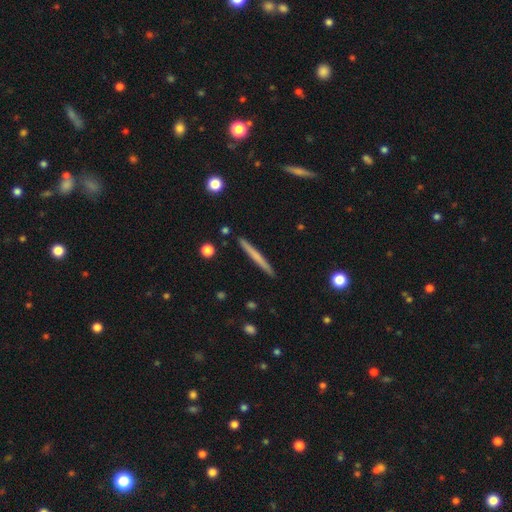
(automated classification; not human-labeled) Smooth or featured: smooth — 55% (featured or disk — 39%)
How rounded: cigar-shaped — 97% (in between — 2%)
Merging: none — 92% (minor disturbance — 6%)